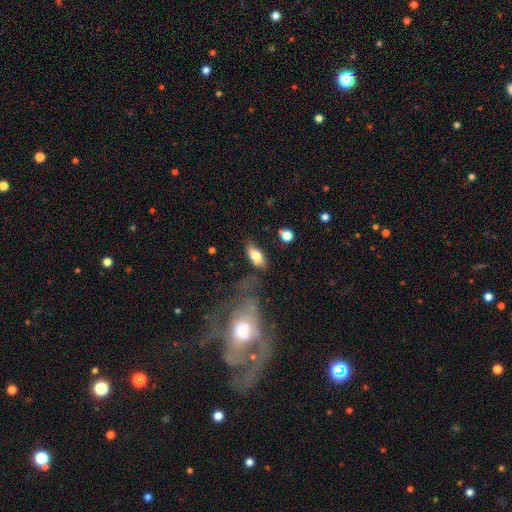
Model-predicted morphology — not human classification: This appears to be a smooth galaxy with no disk features (73%) that is in between round and cigar-shaped (85%). Merging: none (70%).